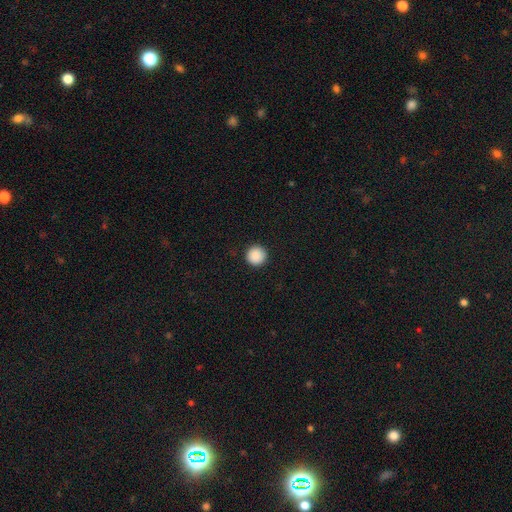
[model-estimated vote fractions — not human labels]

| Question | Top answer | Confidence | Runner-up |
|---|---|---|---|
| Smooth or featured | smooth | 89% | star or artifact (9%) |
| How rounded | round | 96% | in between (3%) |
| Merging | none | 93% | minor disturbance (4%) |